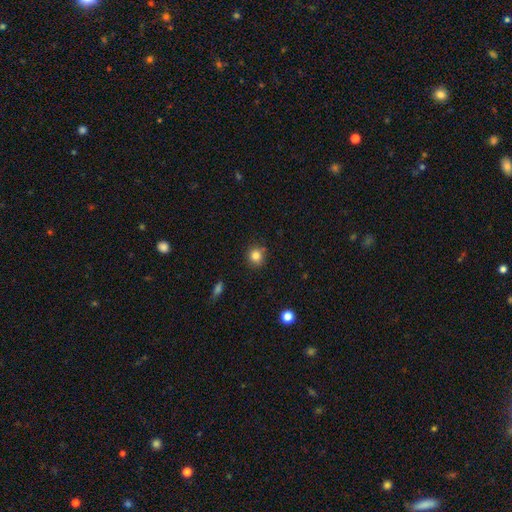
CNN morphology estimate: type=smooth (83%); roundness=round (85%); merging=none (84%).